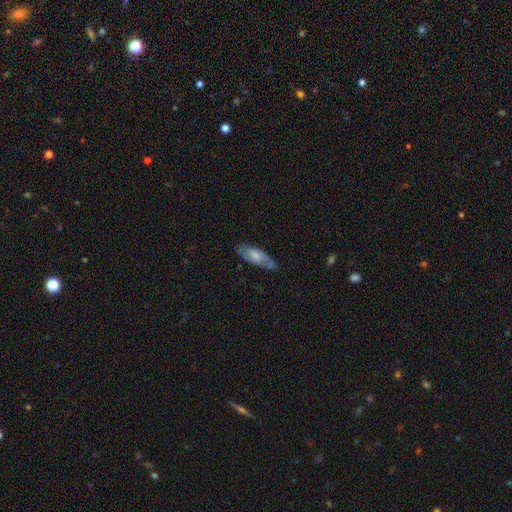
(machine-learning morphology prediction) Smooth or featured?
  - smooth: 50% *
  - featured or disk: 44%
  - star or artifact: 6%
Merging?
  - none: 69% *
  - minor disturbance: 23%
  - major disturbance: 7%
  - merger: 2%